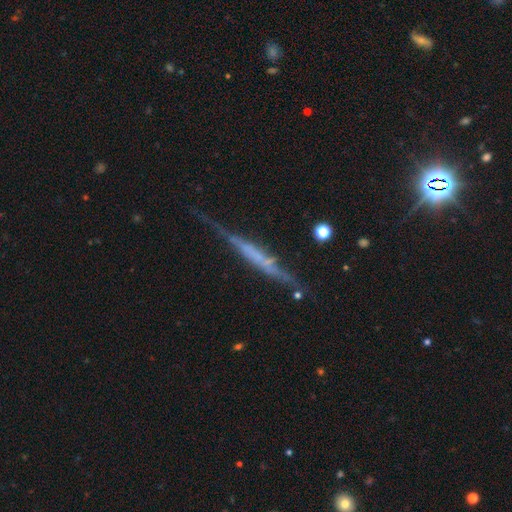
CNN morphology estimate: A featured or disk galaxy (67%) viewed edge-on (93%) with no central bulge (63%). Merging: none (62%).